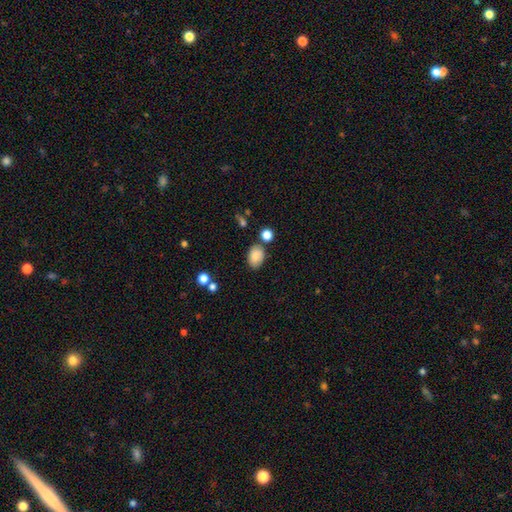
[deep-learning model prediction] smooth 85%, star or artifact 9%, featured or disk 6%. Down the decision tree: how rounded — in between (83%); merging — none (74%).